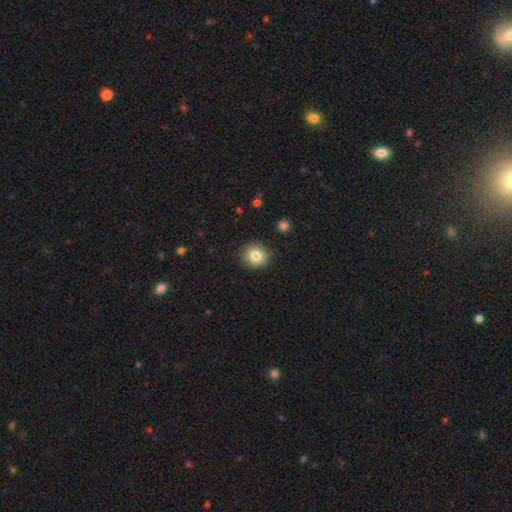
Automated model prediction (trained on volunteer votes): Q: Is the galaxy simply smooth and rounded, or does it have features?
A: smooth — 82%.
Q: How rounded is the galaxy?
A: round — 89%.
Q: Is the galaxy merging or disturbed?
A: none — 89%.